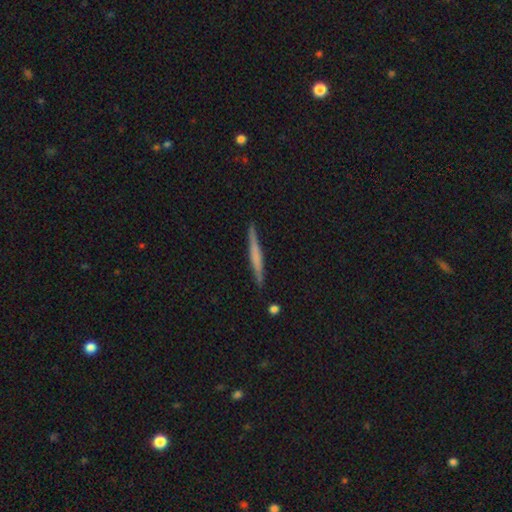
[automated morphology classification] smooth_or_featured: featured or disk (p=0.50) [alt: smooth p=0.44]
disk_edge_on: yes (p=0.97) [alt: no p=0.03]
merging: none (p=0.90) [alt: minor disturbance p=0.08]